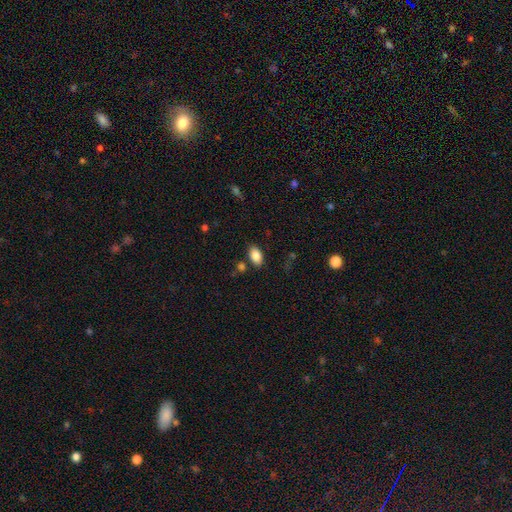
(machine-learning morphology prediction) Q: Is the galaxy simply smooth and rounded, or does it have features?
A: smooth — 87%.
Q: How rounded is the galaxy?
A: in between — 91%.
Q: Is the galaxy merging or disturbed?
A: none — 82%.